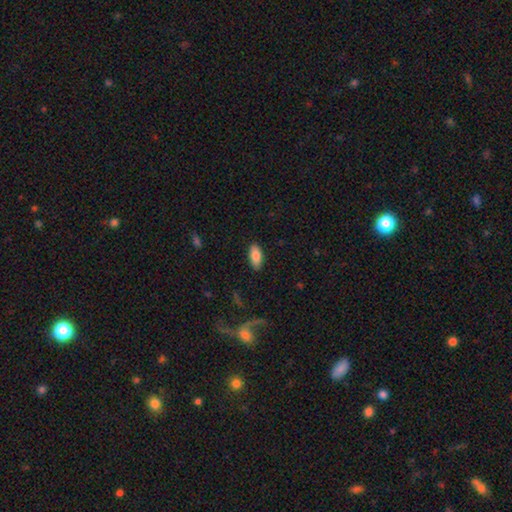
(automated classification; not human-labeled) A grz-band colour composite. It shows a smooth galaxy with no disk features (83%) that is in between round and cigar-shaped (90%). Merging: none (88%).